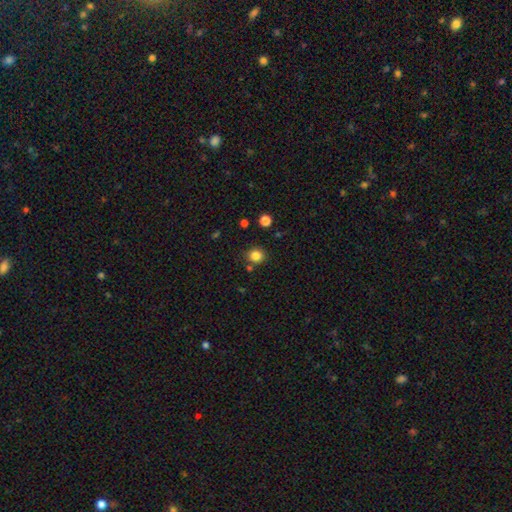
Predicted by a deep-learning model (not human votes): Smooth or featured? Predicted: smooth (p=0.83). How rounded? Predicted: round (p=0.81). Merging? Predicted: none (p=0.84).